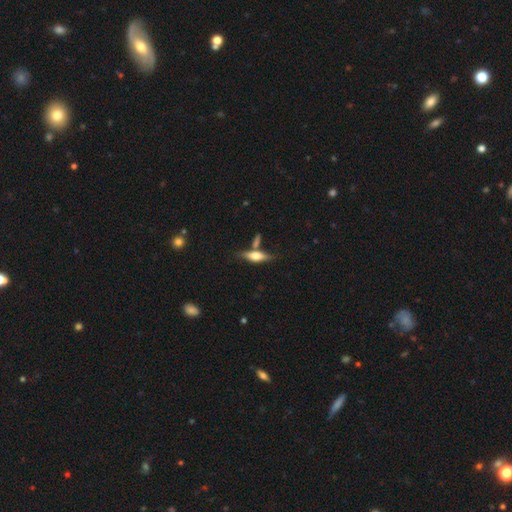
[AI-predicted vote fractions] Smooth or featured: smooth — 47% (featured or disk — 46%)
Merging: none — 64% (merger — 17%)